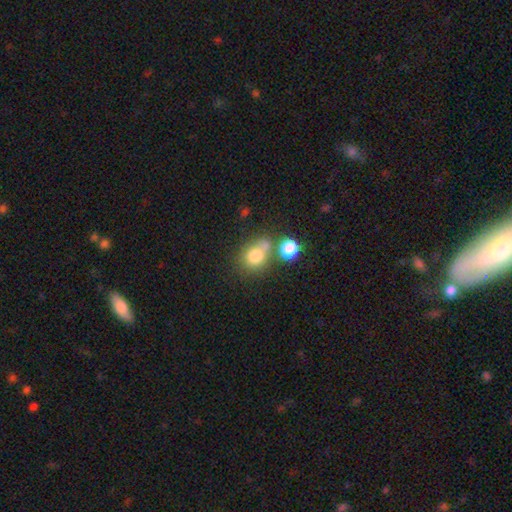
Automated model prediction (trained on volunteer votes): Smooth or featured? smooth (77%)
How rounded? round (68%)
Merging? none (44%)